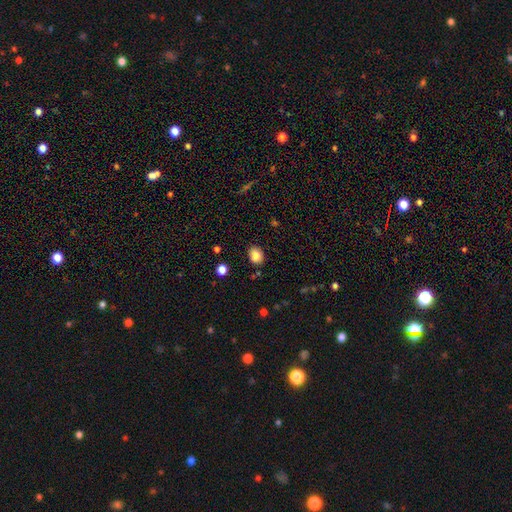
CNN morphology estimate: Q: Smooth or featured?
A: smooth (86%); runner-up: star or artifact (10%)
Q: How rounded?
A: in between (61%); runner-up: round (38%)
Q: Merging?
A: none (79%); runner-up: minor disturbance (14%)